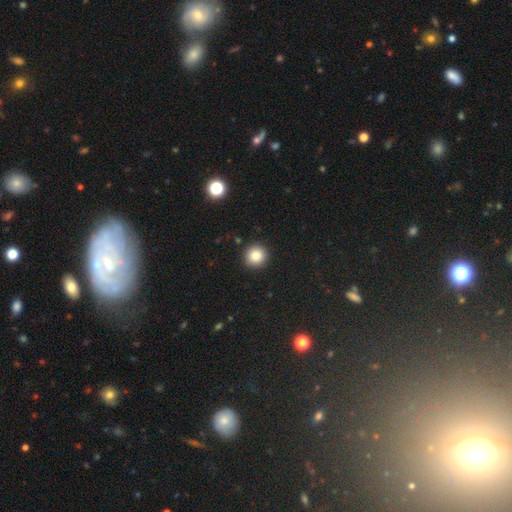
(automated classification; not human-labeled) smooth 85%, star or artifact 10%, featured or disk 5%. Down the decision tree: how rounded — round (95%); merging — none (92%).